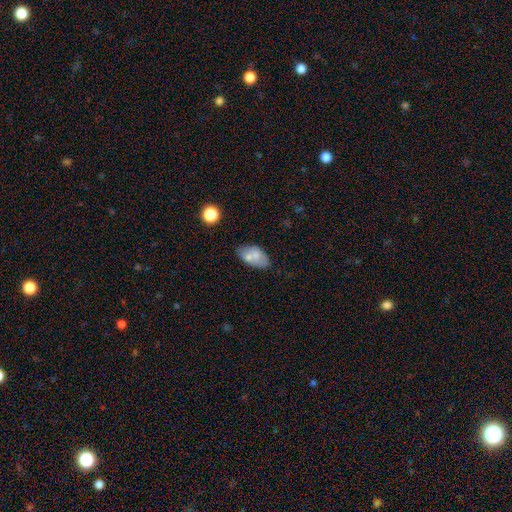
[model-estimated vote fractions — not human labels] Morphology: type=smooth (66%); roundness=in between (93%); merging=none (55%).